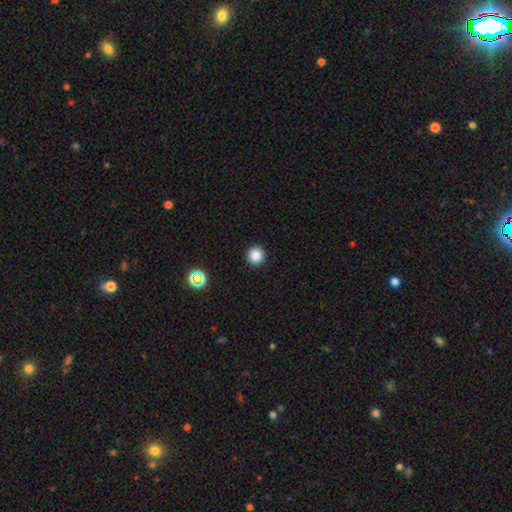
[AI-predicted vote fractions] smooth_or_featured: smooth (p=0.84) [alt: star or artifact p=0.12]
how_rounded: round (p=0.96) [alt: in between p=0.03]
merging: none (p=0.93) [alt: minor disturbance p=0.04]